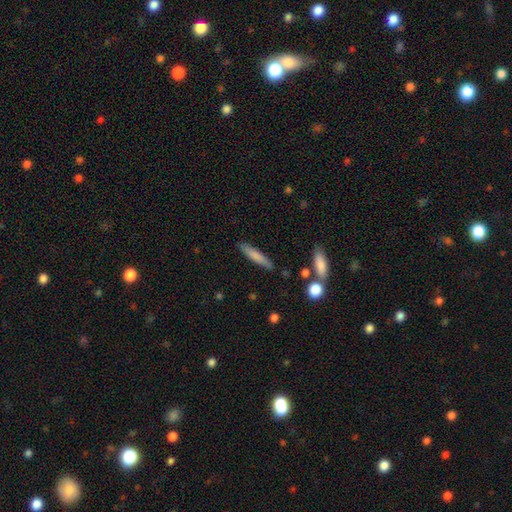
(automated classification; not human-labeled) Q: Smooth or featured?
A: smooth (75%); runner-up: featured or disk (19%)
Q: How rounded?
A: cigar-shaped (89%); runner-up: in between (9%)
Q: Merging?
A: none (86%); runner-up: minor disturbance (9%)